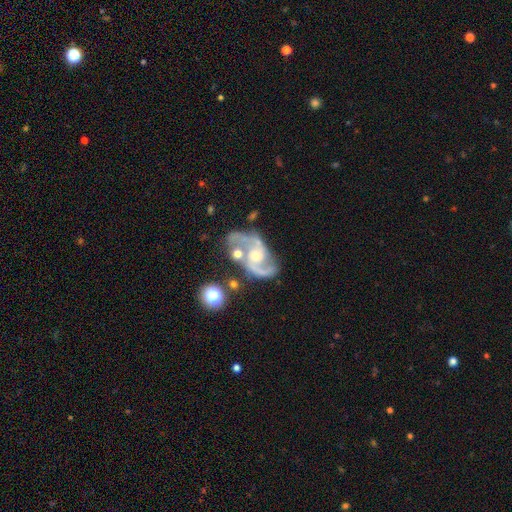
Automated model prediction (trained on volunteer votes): Overall: featured or disk (90%). Edge-on disk: no (97%). Bar: no (55%; weak 34%). Spiral arms: yes (97%). Spiral arm count: 2 (91%). Spiral winding: medium (57%; loose 29%). Bulge size: moderate (56%; small 38%). Merging: none (55%; minor disturbance 18%).